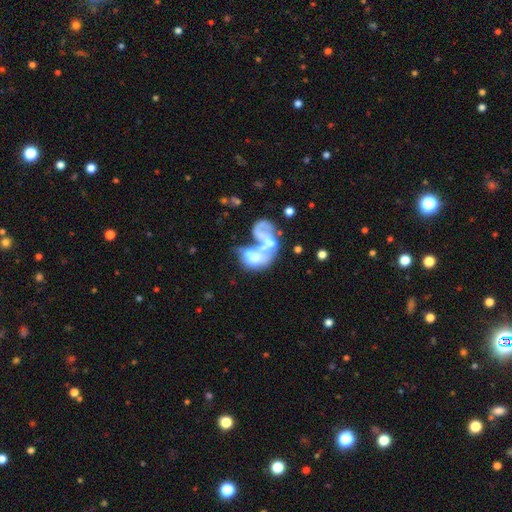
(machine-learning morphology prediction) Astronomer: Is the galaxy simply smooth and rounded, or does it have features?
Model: featured or disk — 60%.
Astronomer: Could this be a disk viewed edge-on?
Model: no — 98%.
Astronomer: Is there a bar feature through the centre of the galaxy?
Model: no — 78%.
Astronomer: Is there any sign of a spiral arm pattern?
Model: no — 67%.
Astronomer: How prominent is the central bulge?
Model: none — 41% (runner-up: moderate, 24%).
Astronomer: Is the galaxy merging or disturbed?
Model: merger — 65%.